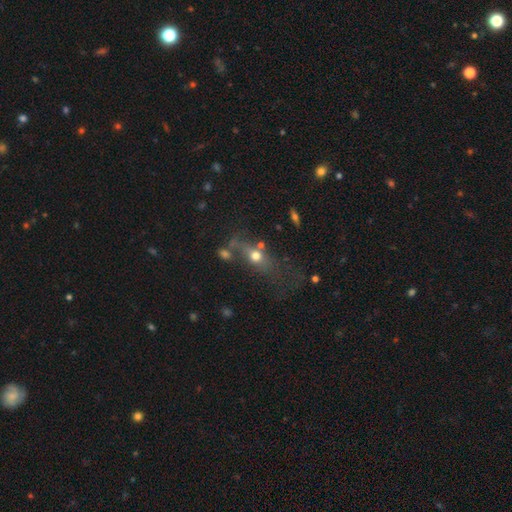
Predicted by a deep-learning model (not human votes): Smooth or featured?
  - smooth: 62% *
  - featured or disk: 24%
  - star or artifact: 14%
How rounded?
  - in between: 51% *
  - round: 36%
  - cigar-shaped: 12%
Merging?
  - none: 40% *
  - major disturbance: 23%
  - merger: 19%
  - minor disturbance: 19%